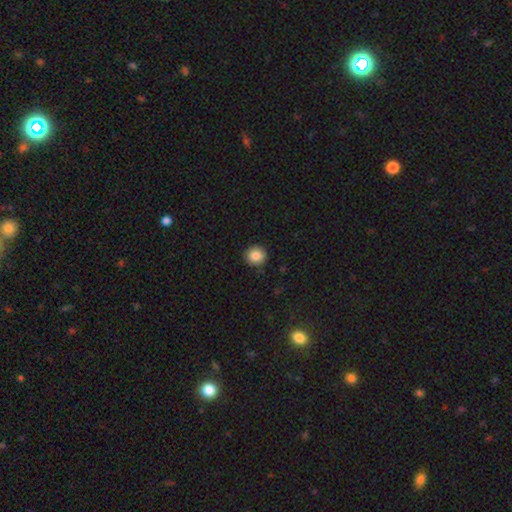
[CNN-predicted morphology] Smooth or featured?
  - smooth: 86% *
  - star or artifact: 9%
  - featured or disk: 5%
How rounded?
  - round: 92% *
  - in between: 7%
  - cigar-shaped: 1%
Merging?
  - none: 91% *
  - minor disturbance: 6%
  - major disturbance: 2%
  - merger: 1%